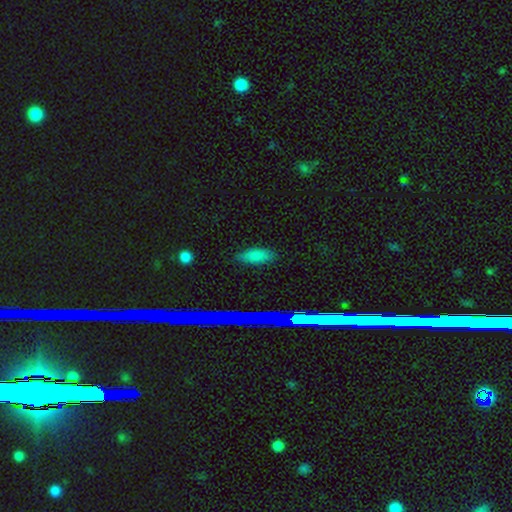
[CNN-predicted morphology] Smooth or featured?
  - smooth: 79% *
  - star or artifact: 12%
  - featured or disk: 9%
How rounded?
  - in between: 81% *
  - cigar-shaped: 16%
  - round: 3%
Merging?
  - none: 83% *
  - minor disturbance: 13%
  - major disturbance: 3%
  - merger: 1%